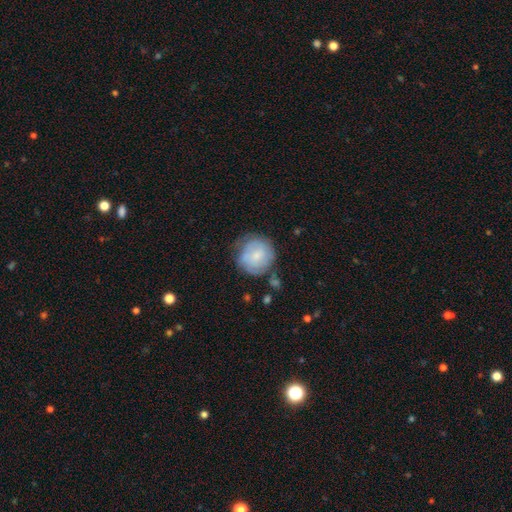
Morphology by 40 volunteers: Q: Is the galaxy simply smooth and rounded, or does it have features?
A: smooth — 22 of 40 (55%).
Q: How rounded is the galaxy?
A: round — 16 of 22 (73%).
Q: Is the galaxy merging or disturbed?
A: none — 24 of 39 (62%).